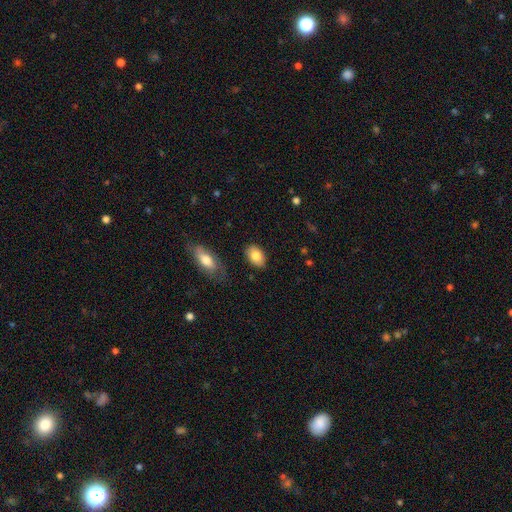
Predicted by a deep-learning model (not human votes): smooth_or_featured: smooth (p=0.83) [alt: featured or disk p=0.10]
how_rounded: in between (p=0.86) [alt: round p=0.13]
merging: none (p=0.84) [alt: minor disturbance p=0.11]